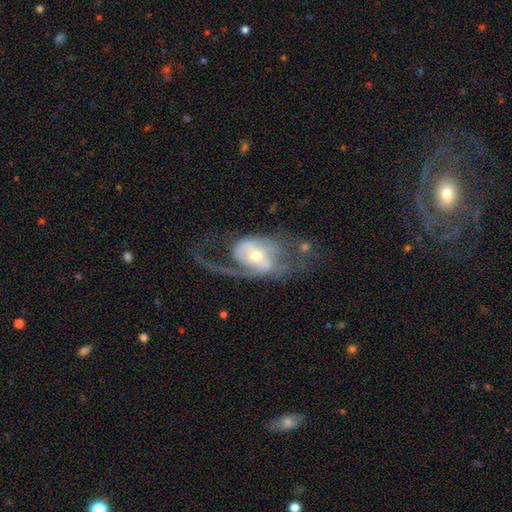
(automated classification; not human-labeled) This appears to be a featured or disk galaxy (80%) with no bar (48%), 2 (51%) loose (49%) spiral arms (85%) and a moderate central bulge (56%). Merging: major disturbance (43%).